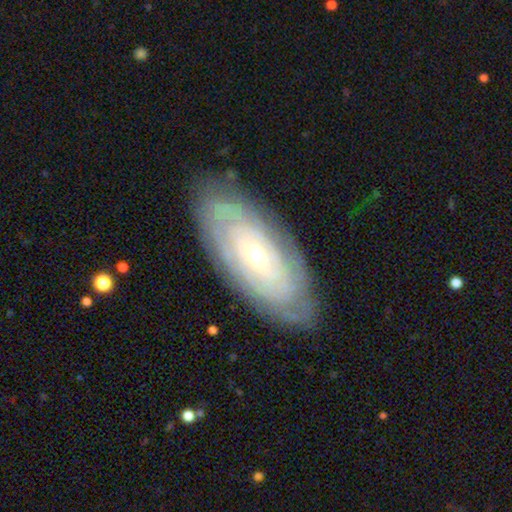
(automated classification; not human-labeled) This is likely a featured or disk galaxy (77%). It is clearly not viewed edge-on (90%). Bar: likely no (77%). Spiral arm pattern: clearly yes (85%). Spiral arm count: likely can't tell (63%). Spiral winding: clearly tight (85%). Central bulge: possibly small (60%). Merging: clearly none (82%).